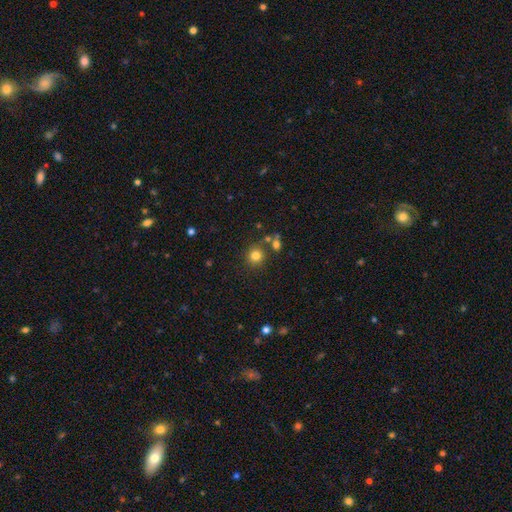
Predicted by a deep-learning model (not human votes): smooth-or-featured: smooth: 80% | star or artifact: 13% | featured or disk: 6%
  how-rounded: round: 90% | in between: 9% | cigar-shaped: 1%
  merging: none: 79% | merger: 9% | minor disturbance: 9% | major disturbance: 3%